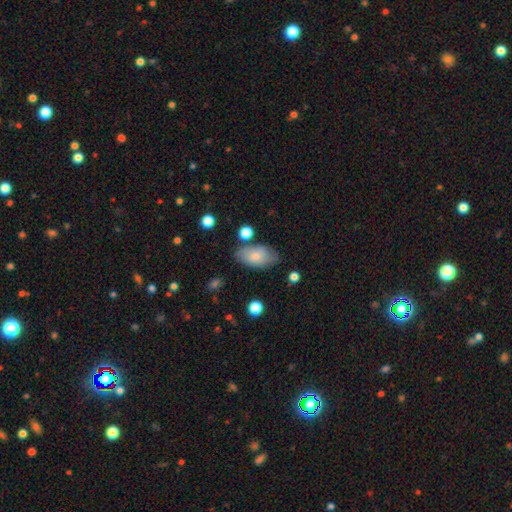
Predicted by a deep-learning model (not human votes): smooth 76%, featured or disk 17%, star or artifact 7%. Down the decision tree: how rounded — in between (93%); merging — none (72%).